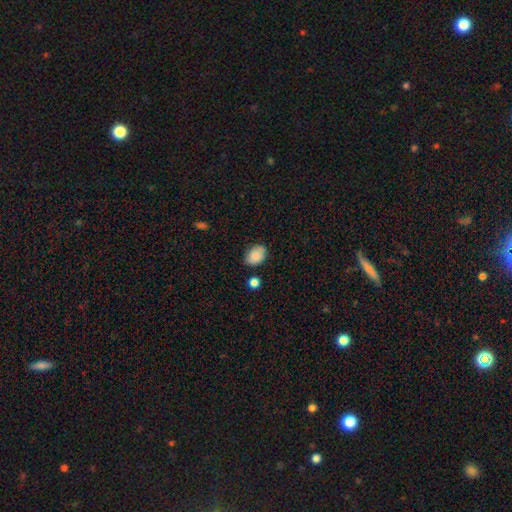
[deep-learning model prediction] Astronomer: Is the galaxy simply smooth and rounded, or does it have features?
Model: smooth — 85%.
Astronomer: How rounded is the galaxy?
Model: in between — 76%.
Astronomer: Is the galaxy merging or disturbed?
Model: none — 75%.